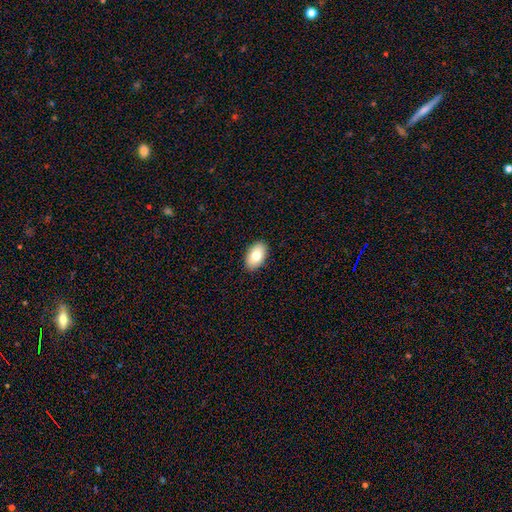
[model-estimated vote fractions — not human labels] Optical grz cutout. It shows a smooth galaxy with no disk features (76%) that is in between round and cigar-shaped (92%). Merging: none (90%).